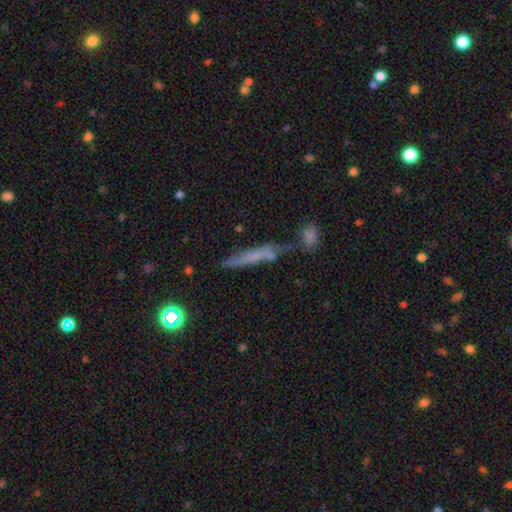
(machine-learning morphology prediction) Q: Smooth or featured?
A: smooth (51%); runner-up: featured or disk (36%)
Q: How rounded?
A: cigar-shaped (89%); runner-up: in between (7%)
Q: Merging?
A: none (67%); runner-up: minor disturbance (15%)